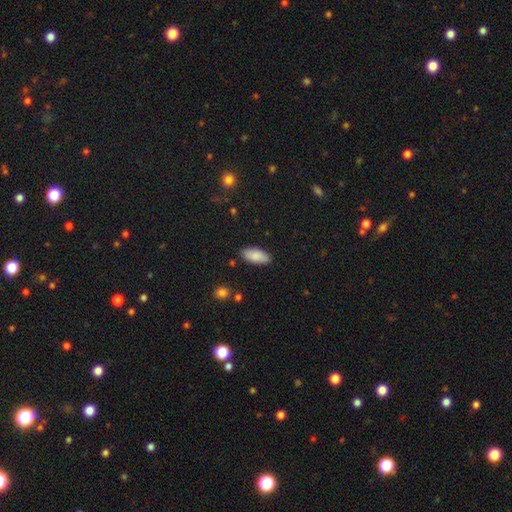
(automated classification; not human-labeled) smooth-or-featured: smooth: 87% | featured or disk: 6% | star or artifact: 6%
  how-rounded: in between: 89% | cigar-shaped: 10% | round: 2%
  merging: none: 86% | minor disturbance: 10% | major disturbance: 2% | merger: 1%